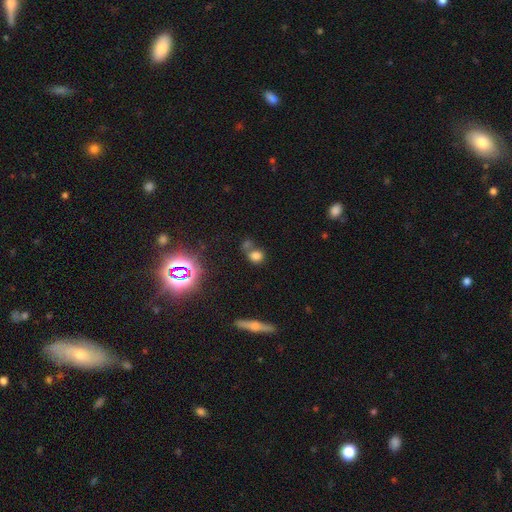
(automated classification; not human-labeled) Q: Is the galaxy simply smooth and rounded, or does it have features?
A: smooth — 70%.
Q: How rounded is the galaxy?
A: round — 62%.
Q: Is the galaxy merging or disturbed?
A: none — 47%.